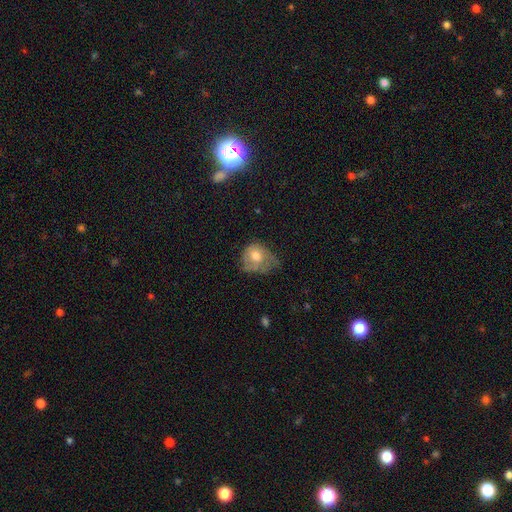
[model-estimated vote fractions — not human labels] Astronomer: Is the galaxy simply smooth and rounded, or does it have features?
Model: smooth — 60%.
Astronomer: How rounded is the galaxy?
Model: round — 59% (runner-up: in between, 40%).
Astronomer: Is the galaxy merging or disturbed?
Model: minor disturbance — 40% (runner-up: none, 29%).